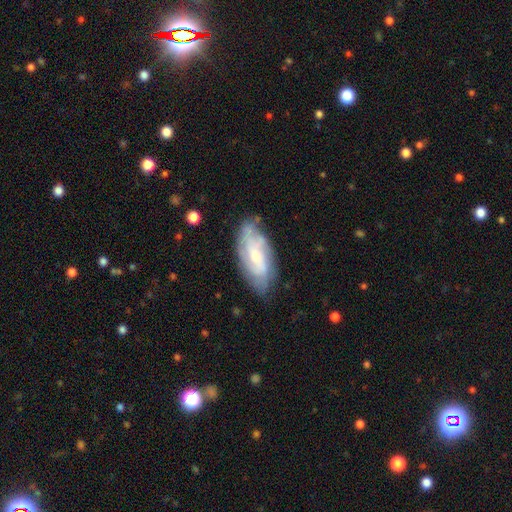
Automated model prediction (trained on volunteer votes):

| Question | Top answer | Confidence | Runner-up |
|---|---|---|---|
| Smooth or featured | featured or disk | 64% | smooth (29%) |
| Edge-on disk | no | 89% | yes (11%) |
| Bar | no | 55% | weak (37%) |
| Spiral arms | yes | 83% | no (17%) |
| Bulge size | small | 52% | moderate (39%) |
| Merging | none | 72% | minor disturbance (21%) |